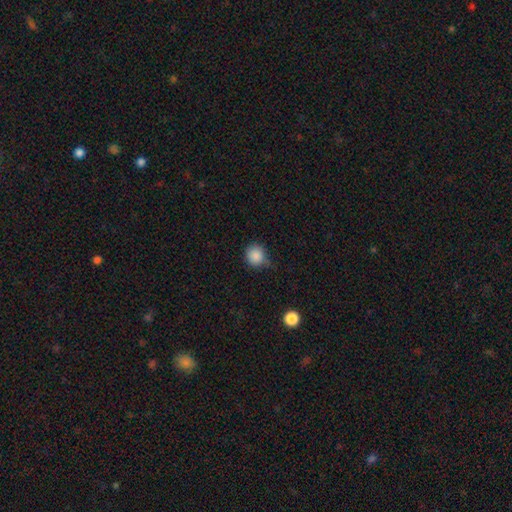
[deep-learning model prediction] smooth_or_featured: smooth (p=0.86) [alt: star or artifact p=0.10]
how_rounded: round (p=0.90) [alt: in between p=0.09]
merging: none (p=0.67) [alt: minor disturbance p=0.25]